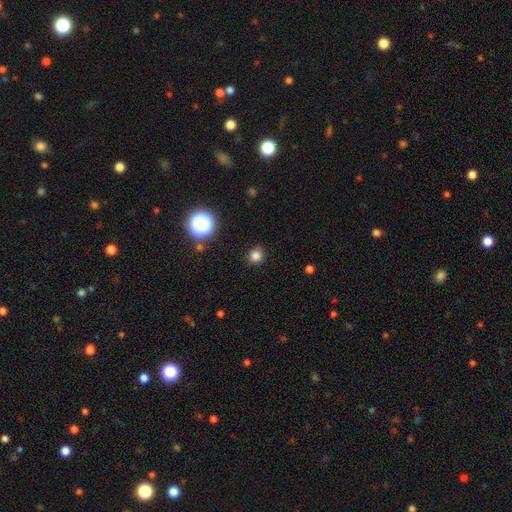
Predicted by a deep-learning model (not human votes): Smooth or featured?
  - smooth: 81% *
  - star or artifact: 15%
  - featured or disk: 4%
How rounded?
  - round: 89% *
  - in between: 10%
  - cigar-shaped: 1%
Merging?
  - none: 89% *
  - minor disturbance: 7%
  - major disturbance: 2%
  - merger: 1%